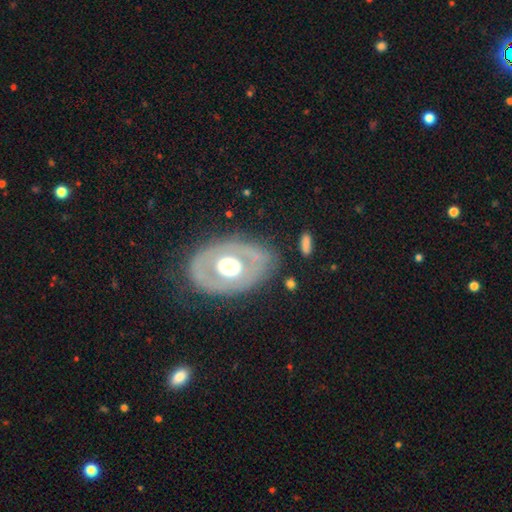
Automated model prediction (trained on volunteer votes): Smooth or featured? featured or disk (62%)
Edge-on disk? no (91%)
Bar? no (89%)
Spiral arms? no (86%)
Bulge size? large (48%)
Merging? none (76%)